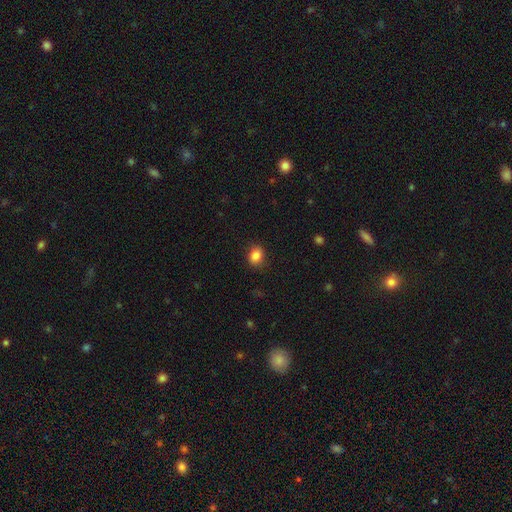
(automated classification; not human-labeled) A smooth galaxy with no disk features (86%) that is round (51%). Merging: none (85%).